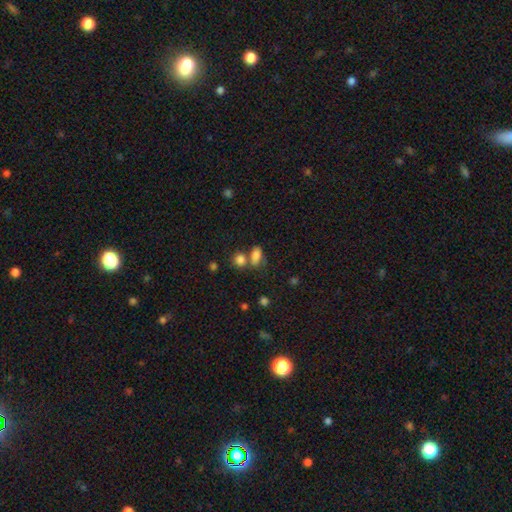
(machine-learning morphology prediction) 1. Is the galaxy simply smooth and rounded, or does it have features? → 80% smooth, 12% star or artifact, 8% featured or disk.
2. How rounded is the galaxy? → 79% in between, 17% round, 4% cigar-shaped.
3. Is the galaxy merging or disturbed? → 44% none, 36% merger, 13% minor disturbance, 7% major disturbance.